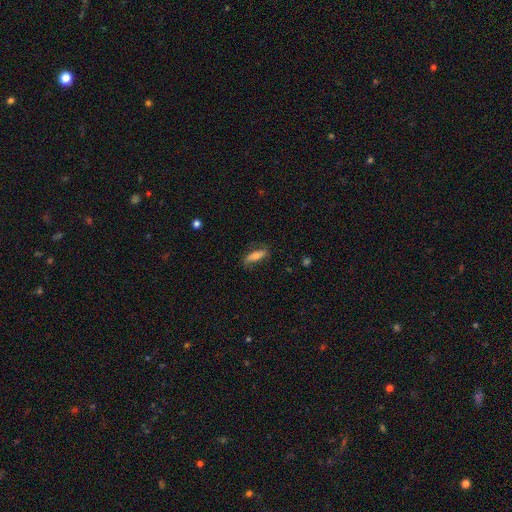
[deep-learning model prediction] smooth 60%, featured or disk 33%, star or artifact 7%. Down the decision tree: how rounded — cigar-shaped (49%); merging — none (77%).